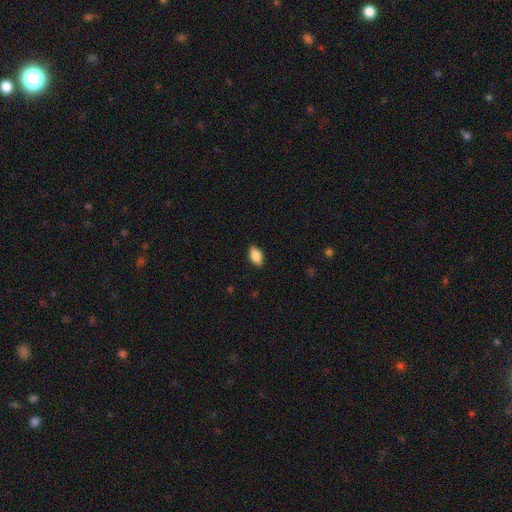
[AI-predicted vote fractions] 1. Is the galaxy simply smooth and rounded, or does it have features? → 85% smooth, 8% featured or disk, 7% star or artifact.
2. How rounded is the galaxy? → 91% in between, 5% round, 4% cigar-shaped.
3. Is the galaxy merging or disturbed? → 87% none, 10% minor disturbance, 2% major disturbance, 1% merger.